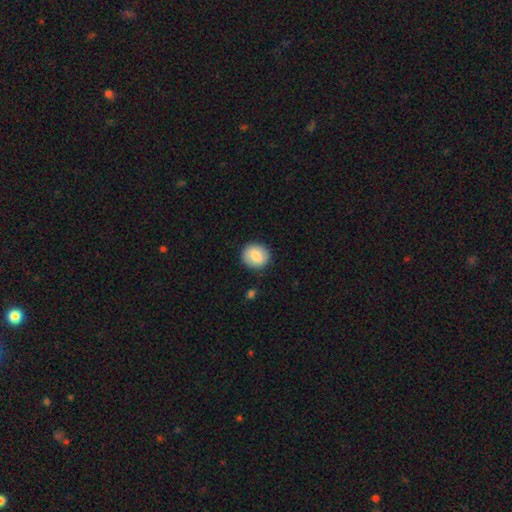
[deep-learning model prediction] The model was most divided on "how rounded": round: 84%, in between: 15%, cigar-shaped: 1%. More confident: merging — none (88%); smooth or featured — smooth (85%).